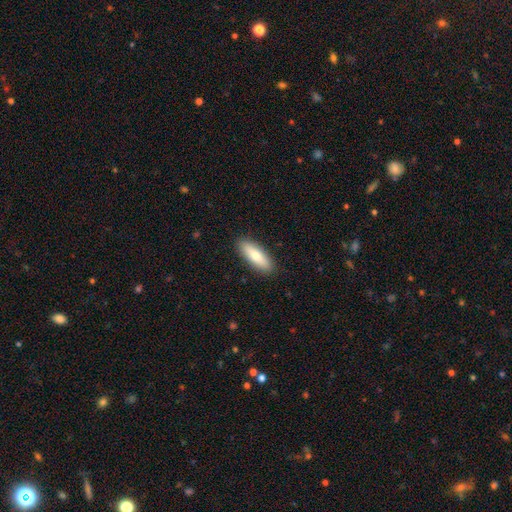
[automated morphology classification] A smooth galaxy with no disk features (74%) that is in between round and cigar-shaped (54%).

Vote fractions:
- Smooth or featured? smooth: 74% / featured or disk: 20% / star or artifact: 6%
- How rounded? in between: 54% / cigar-shaped: 44% / round: 2%
- Merging? none: 90% / minor disturbance: 8% / major disturbance: 2% / merger: 1%